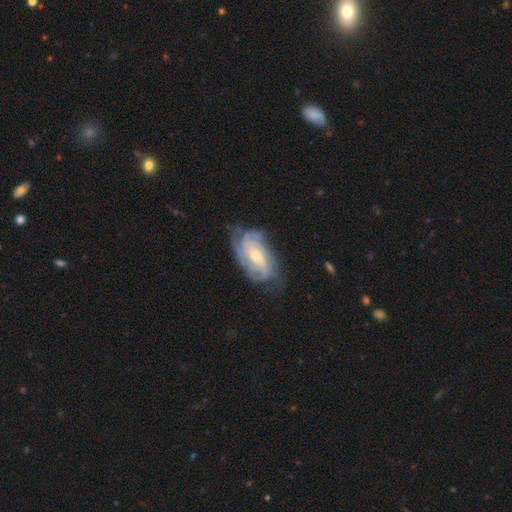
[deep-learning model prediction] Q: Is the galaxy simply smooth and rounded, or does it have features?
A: featured or disk — 83%.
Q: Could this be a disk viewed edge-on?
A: no — 95%.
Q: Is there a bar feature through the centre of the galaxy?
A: no — 57%.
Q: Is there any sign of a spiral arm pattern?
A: yes — 95%.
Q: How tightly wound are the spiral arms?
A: tight — 58%.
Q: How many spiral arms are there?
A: can't tell — 32%.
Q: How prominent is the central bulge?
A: small — 57%.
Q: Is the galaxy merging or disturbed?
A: none — 64%.